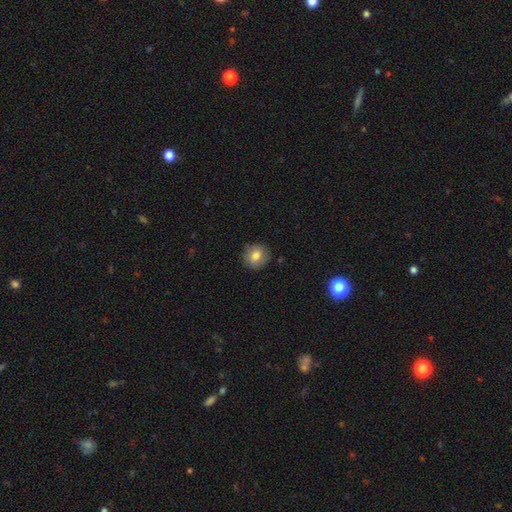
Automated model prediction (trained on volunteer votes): smooth 79%, featured or disk 12%, star or artifact 9%. Down the decision tree: how rounded — round (89%); merging — none (87%).